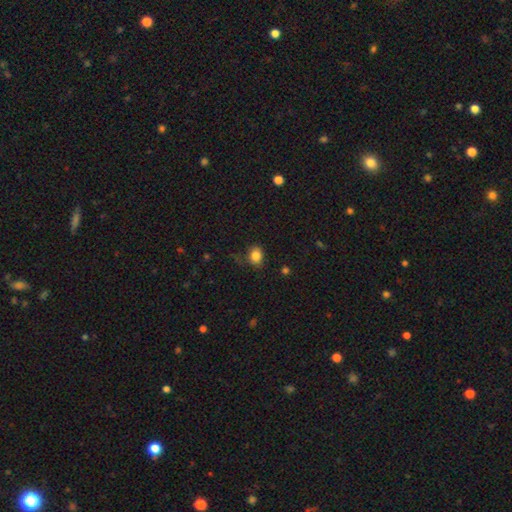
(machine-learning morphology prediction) The model was most divided on "how rounded": round: 51%, in between: 48%, cigar-shaped: 1%. More confident: smooth or featured — smooth (84%); merging — none (72%).